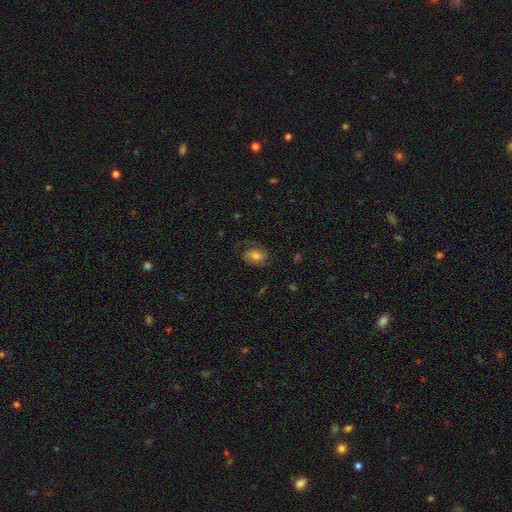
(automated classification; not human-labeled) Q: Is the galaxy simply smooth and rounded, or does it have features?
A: featured or disk — 51%.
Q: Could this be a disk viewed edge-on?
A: no — 96%.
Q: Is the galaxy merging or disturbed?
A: none — 64%.